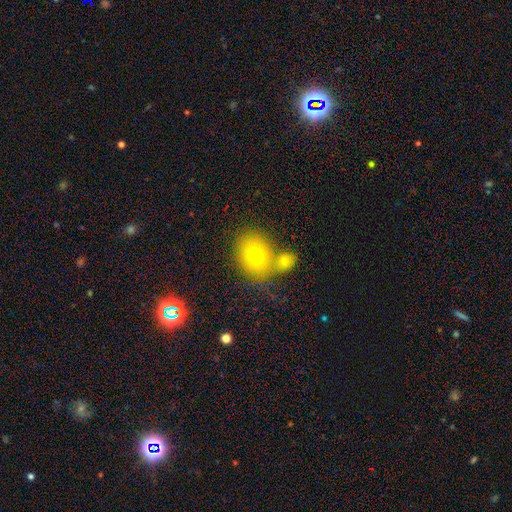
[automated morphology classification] This appears to be a smooth galaxy with no disk features (68%) that is round (59%). Merging: none (55%).